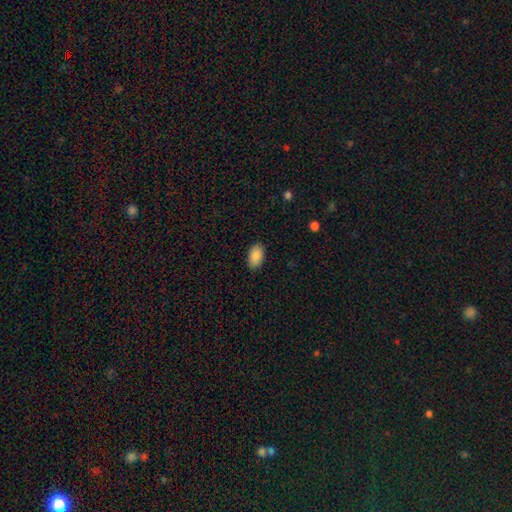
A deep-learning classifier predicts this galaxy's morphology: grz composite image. It shows a smooth galaxy with no disk features (89%) that is in between round and cigar-shaped (93%). Merging: none (88%).